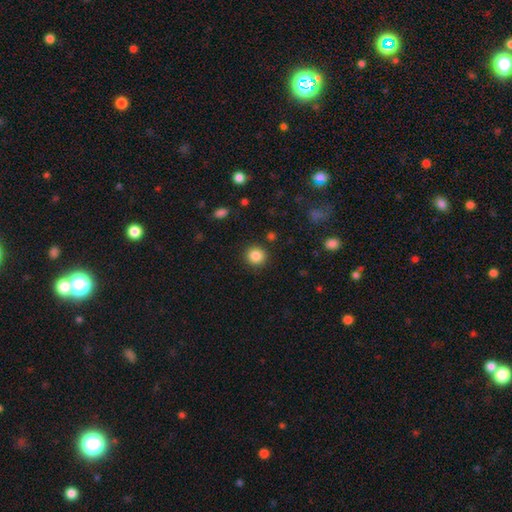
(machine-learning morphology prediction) A smooth galaxy with no disk features (85%) that is round (92%). Merging: none (90%).